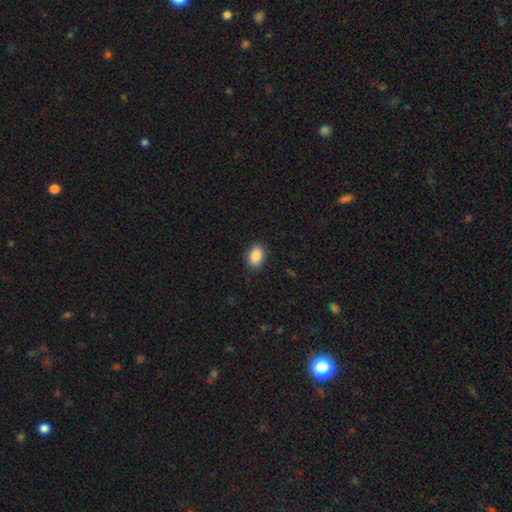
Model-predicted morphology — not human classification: Smooth or featured: smooth — 88% (star or artifact — 8%)
How rounded: in between — 77% (round — 22%)
Merging: none — 88% (minor disturbance — 9%)